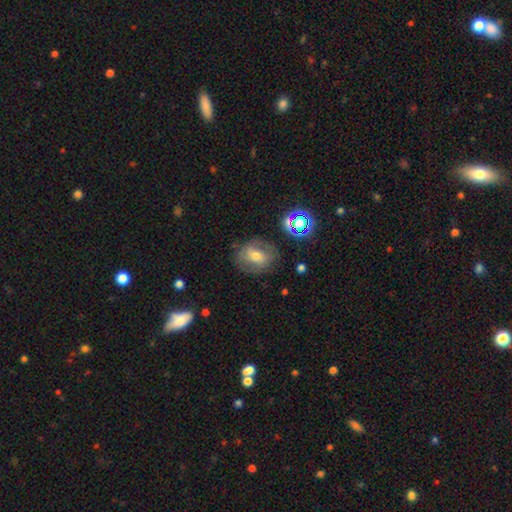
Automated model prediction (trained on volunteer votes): Smooth or featured? smooth (46%)
Merging? none (74%)